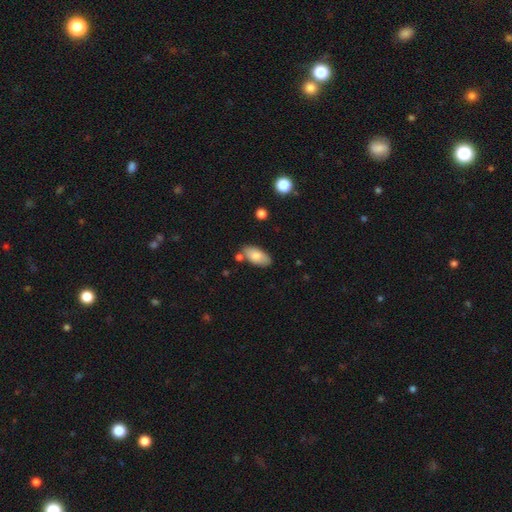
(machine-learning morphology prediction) Smooth or featured?
  - smooth: 79% *
  - featured or disk: 14%
  - star or artifact: 7%
How rounded?
  - in between: 92% *
  - cigar-shaped: 5%
  - round: 3%
Merging?
  - none: 74% *
  - minor disturbance: 16%
  - merger: 7%
  - major disturbance: 3%